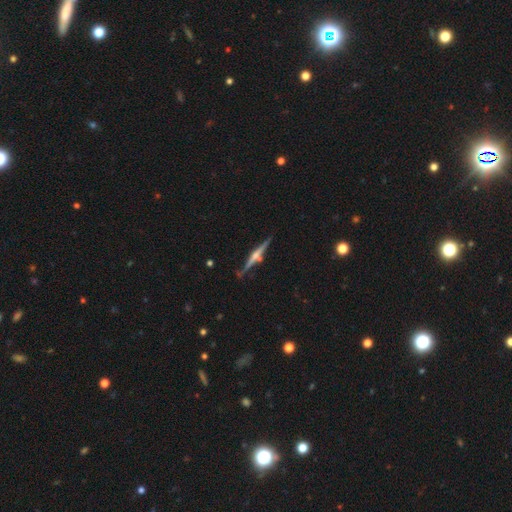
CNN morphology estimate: A featured or disk galaxy (78%) viewed edge-on (98%) with a rounded central bulge (81%). Merging: none (80%).